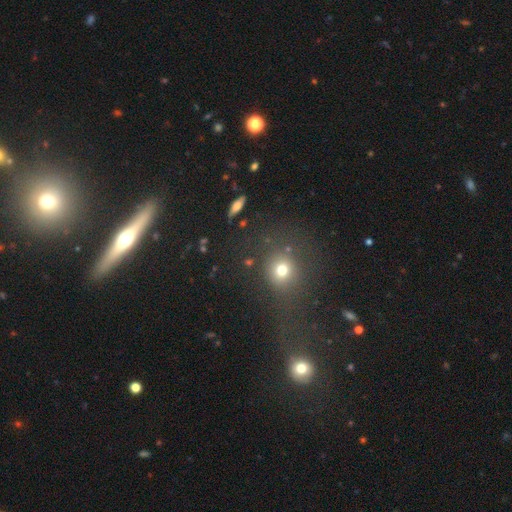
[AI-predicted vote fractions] This is marginally a smooth galaxy (39%). Merging: likely none (69%).